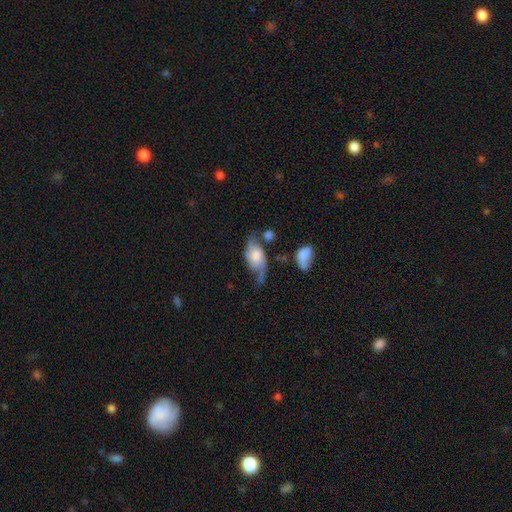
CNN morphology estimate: Smooth or featured? featured or disk (64%)
Edge-on disk? no (92%)
Bar? no (64%)
Spiral arms? yes (88%)
Spiral winding? loose (55%)
Spiral arm count? 2 (82%)
Bulge size? moderate (37%)
Merging? none (45%)